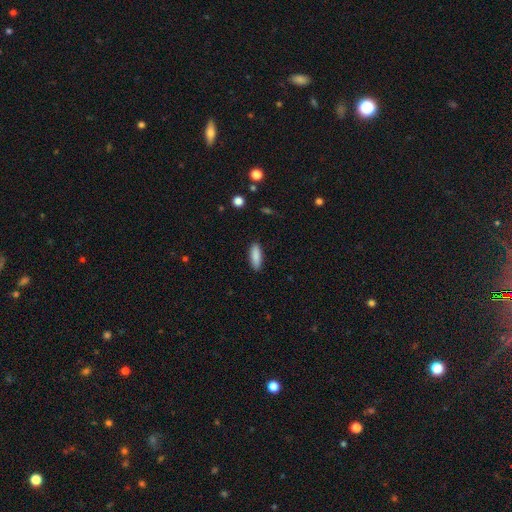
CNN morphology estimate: A smooth galaxy with no disk features (88%) that is in between round and cigar-shaped (54%).

Vote fractions:
- Smooth or featured? smooth: 88% / star or artifact: 6% / featured or disk: 6%
- How rounded? in between: 54% / cigar-shaped: 44% / round: 2%
- Merging? none: 89% / minor disturbance: 8% / major disturbance: 2% / merger: 1%